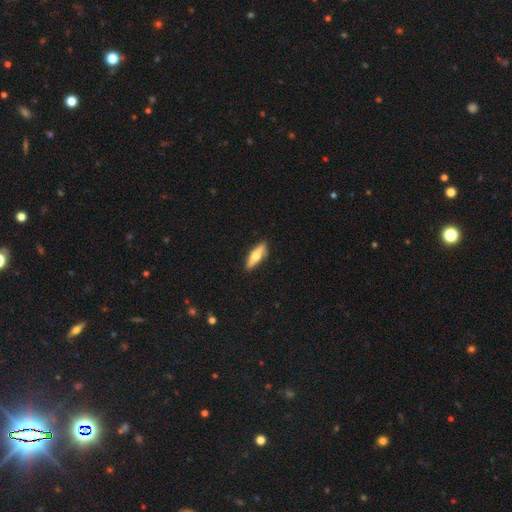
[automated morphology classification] Q: Smooth or featured?
A: smooth (49%); runner-up: featured or disk (46%)
Q: Merging?
A: none (84%); runner-up: minor disturbance (12%)